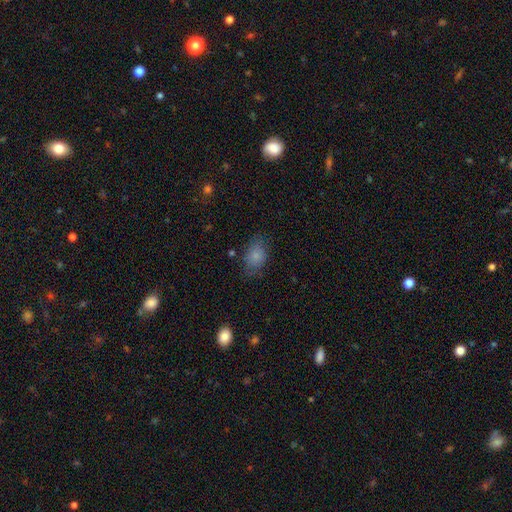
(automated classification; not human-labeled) A smooth galaxy with no disk features (83%) that is in between round and cigar-shaped (79%). Merging: none (71%).